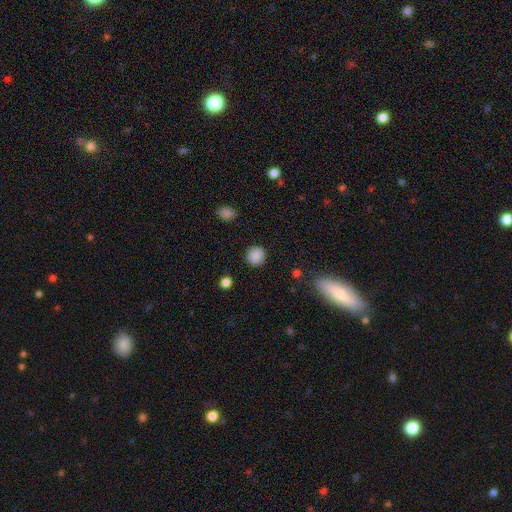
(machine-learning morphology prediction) The model was most divided on "smooth or featured": smooth: 87%, star or artifact: 9%, featured or disk: 4%. More confident: how rounded — round (92%); merging — none (90%).